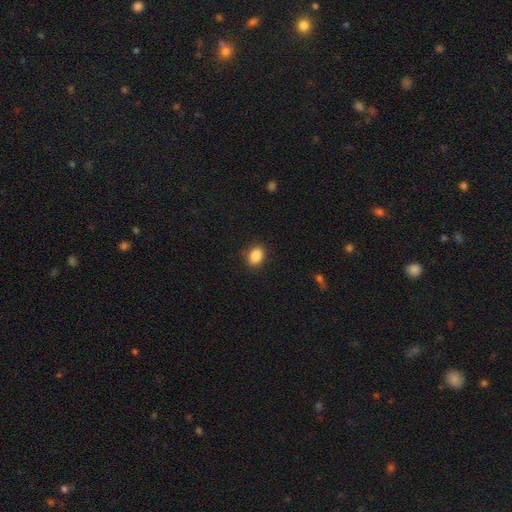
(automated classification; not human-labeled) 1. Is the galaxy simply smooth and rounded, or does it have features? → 88% smooth, 9% star or artifact, 3% featured or disk.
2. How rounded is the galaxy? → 50% in between, 49% round, 1% cigar-shaped.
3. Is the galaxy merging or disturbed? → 88% none, 8% minor disturbance, 2% major disturbance, 1% merger.